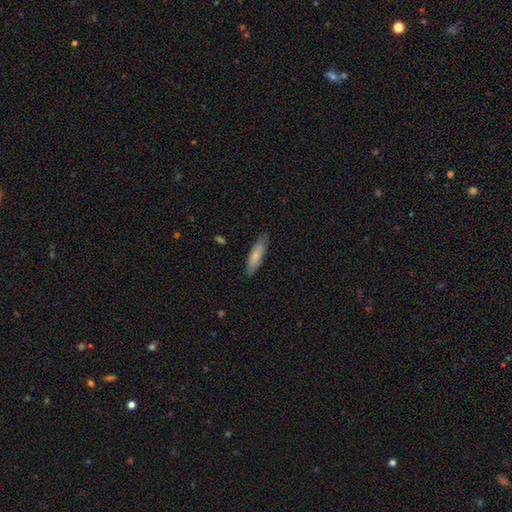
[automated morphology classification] type=smooth (76%); roundness=cigar-shaped (62%); merging=none (83%).